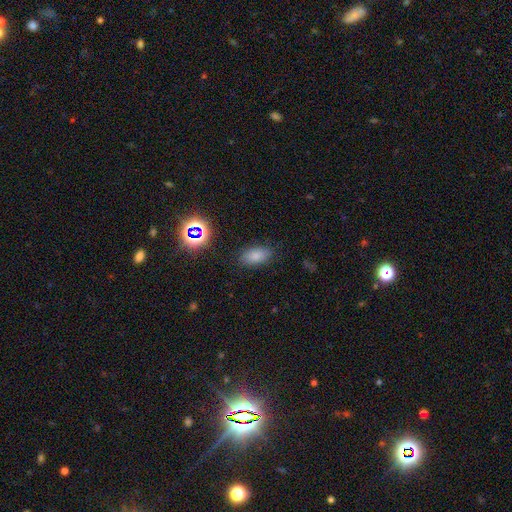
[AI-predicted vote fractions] Smooth or featured: smooth — 78% (star or artifact — 15%)
How rounded: in between — 90% (round — 6%)
Merging: none — 84% (minor disturbance — 11%)